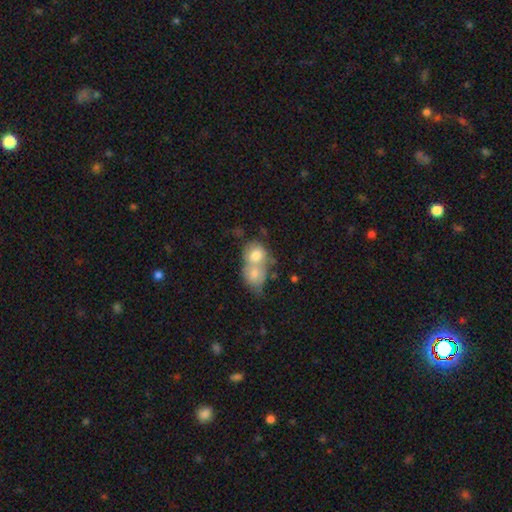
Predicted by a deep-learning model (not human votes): Overall: smooth (74%). How rounded: round (50%; in between 49%). Merging: merger (76%).